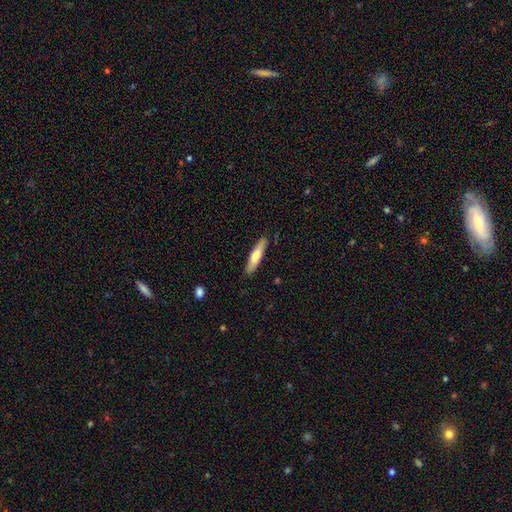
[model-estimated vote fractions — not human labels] Smooth or featured? smooth (65%)
How rounded? cigar-shaped (80%)
Merging? none (88%)